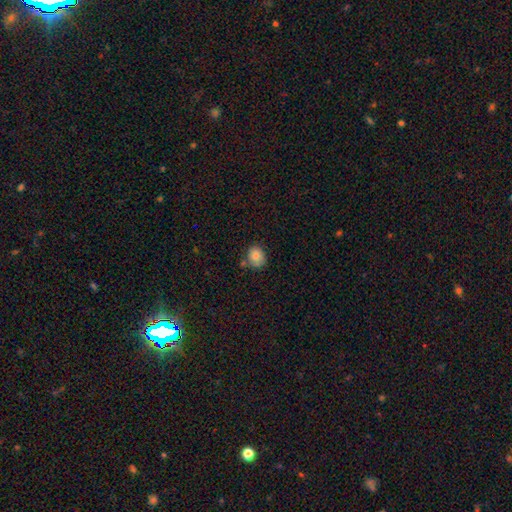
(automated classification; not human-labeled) smooth 81%, featured or disk 9%, star or artifact 9%. Down the decision tree: how rounded — round (62%); merging — none (67%).